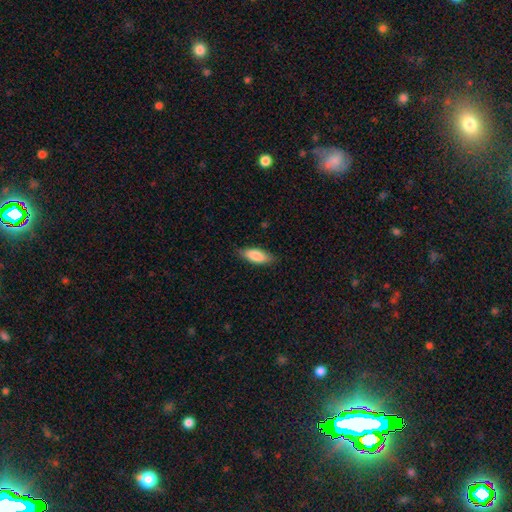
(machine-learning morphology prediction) Q: Smooth or featured?
A: smooth (85%); runner-up: featured or disk (9%)
Q: How rounded?
A: in between (74%); runner-up: cigar-shaped (24%)
Q: Merging?
A: none (83%); runner-up: minor disturbance (13%)